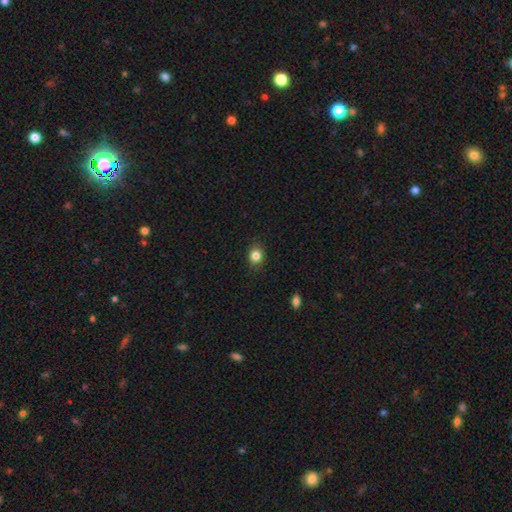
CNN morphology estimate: A smooth galaxy with no disk features (83%) that is round (67%).

Vote fractions:
- Smooth or featured? smooth: 83% / star or artifact: 11% / featured or disk: 6%
- How rounded? round: 67% / in between: 32% / cigar-shaped: 1%
- Merging? none: 87% / minor disturbance: 10% / major disturbance: 2% / merger: 1%